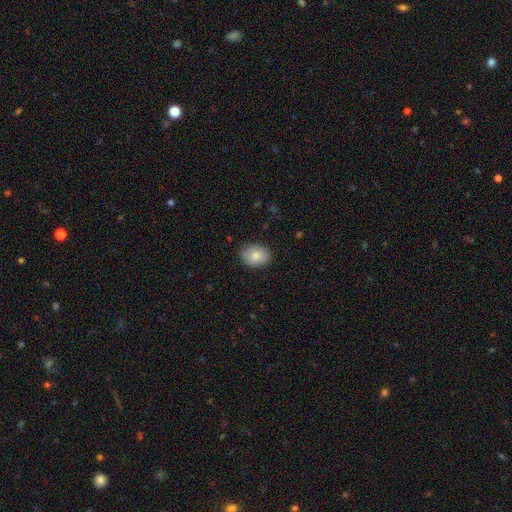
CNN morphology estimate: The model was most divided on "how rounded": in between: 69%, round: 30%, cigar-shaped: 1%. More confident: merging — none (85%); smooth or featured — smooth (83%).